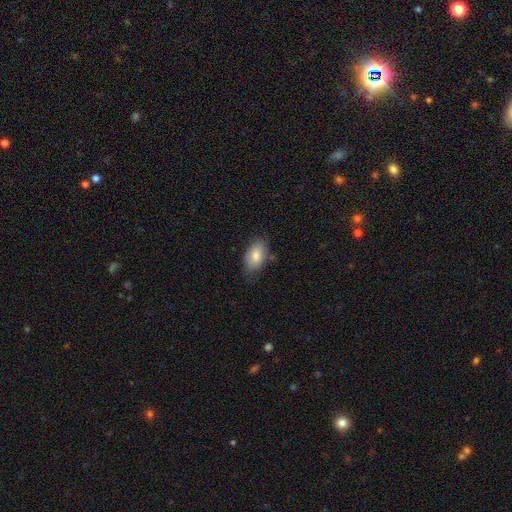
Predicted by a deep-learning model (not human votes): Morphology: type=smooth (81%); roundness=in between (90%); merging=none (69%).